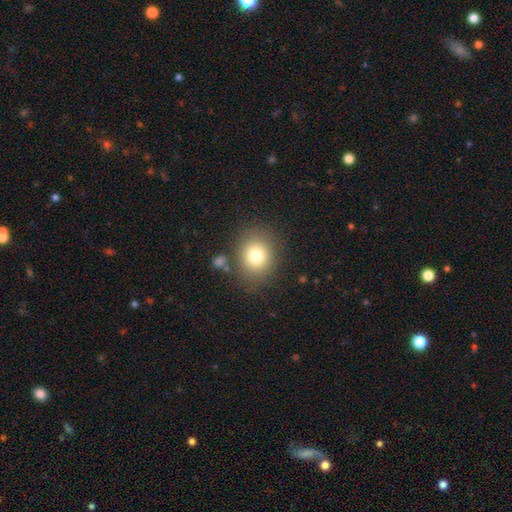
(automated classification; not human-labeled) Morphology: type=smooth (79%); roundness=round (65%); merging=none (81%).